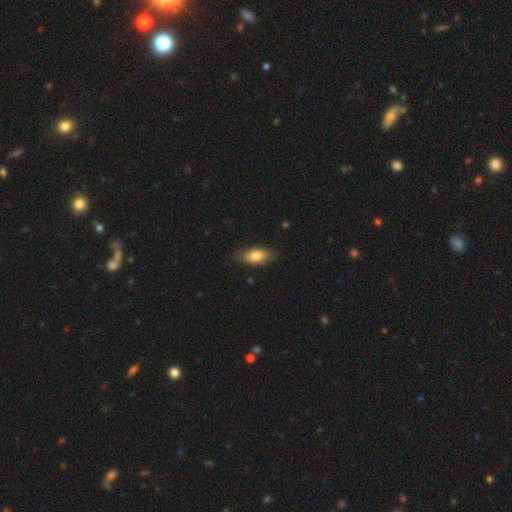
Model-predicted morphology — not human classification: Overall: smooth (81%). How rounded: in between (87%). Merging: none (80%).